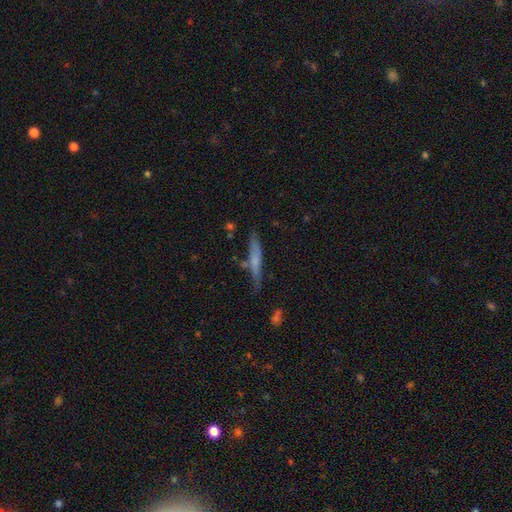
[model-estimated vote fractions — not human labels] Smooth or featured: featured or disk — 46% (smooth — 44%)
Merging: none — 75% (minor disturbance — 16%)